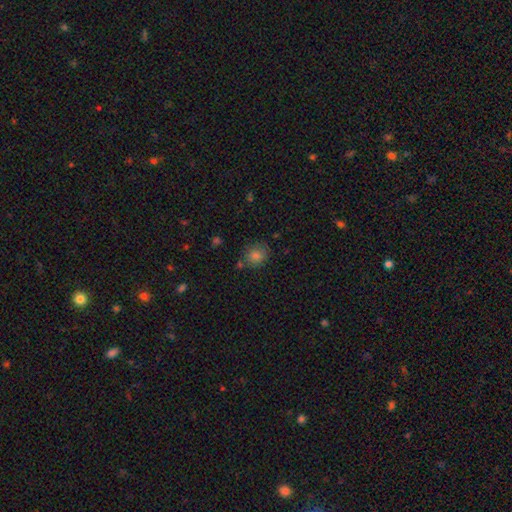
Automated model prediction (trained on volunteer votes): smooth_or_featured: smooth (p=0.79) [alt: star or artifact p=0.13]
how_rounded: round (p=0.74) [alt: in between p=0.25]
merging: none (p=0.75) [alt: minor disturbance p=0.15]